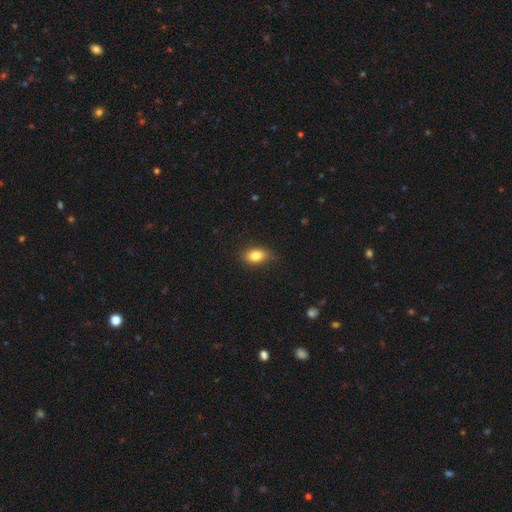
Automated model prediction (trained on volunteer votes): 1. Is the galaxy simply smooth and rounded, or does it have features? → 83% smooth, 9% star or artifact, 8% featured or disk.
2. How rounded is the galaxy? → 83% in between, 15% round, 3% cigar-shaped.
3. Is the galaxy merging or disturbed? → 77% none, 18% minor disturbance, 4% major disturbance, 1% merger.